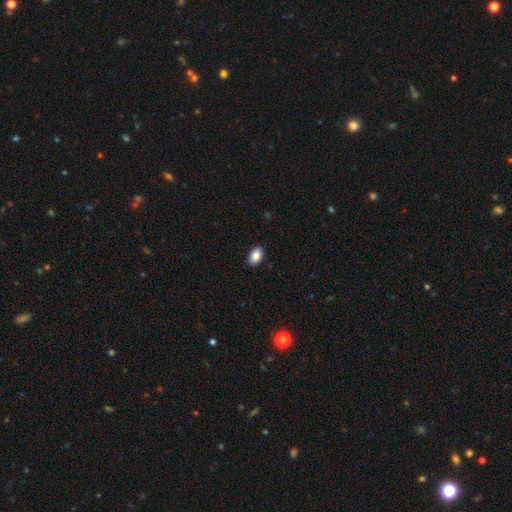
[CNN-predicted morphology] The model was most divided on "how rounded": in between: 89%, round: 10%, cigar-shaped: 1%. More confident: merging — none (90%); smooth or featured — smooth (87%).